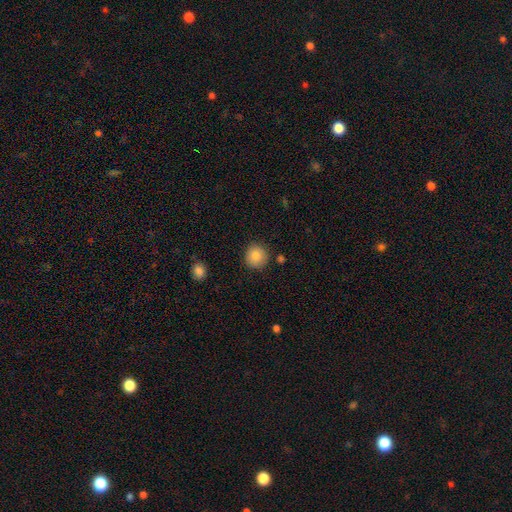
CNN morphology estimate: Q: Smooth or featured?
A: smooth (87%); runner-up: star or artifact (8%)
Q: How rounded?
A: round (92%); runner-up: in between (7%)
Q: Merging?
A: none (88%); runner-up: minor disturbance (8%)